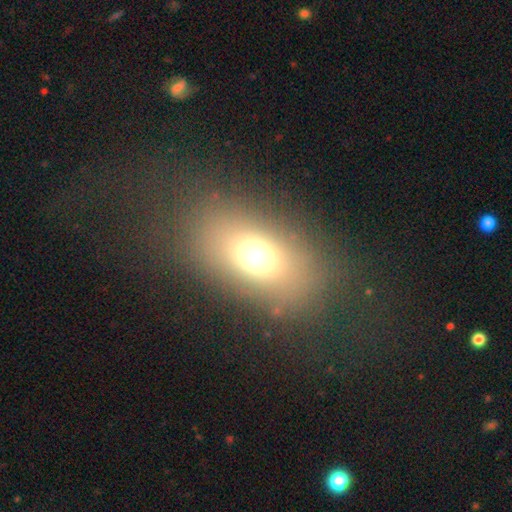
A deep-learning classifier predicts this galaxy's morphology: Smooth or featured?
  - smooth: 66% *
  - star or artifact: 18%
  - featured or disk: 16%
How rounded?
  - in between: 80% *
  - round: 17%
  - cigar-shaped: 4%
Merging?
  - none: 80% *
  - minor disturbance: 10%
  - major disturbance: 8%
  - merger: 2%